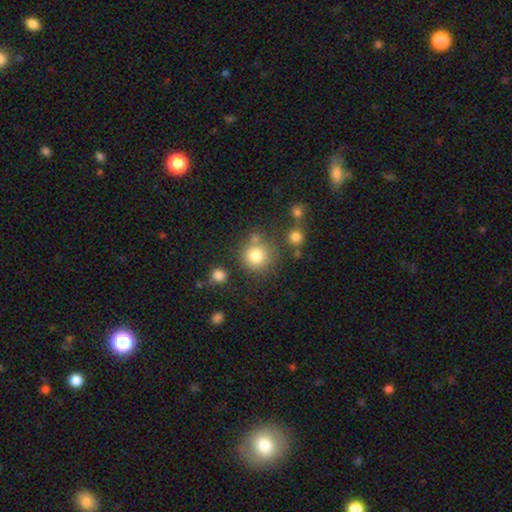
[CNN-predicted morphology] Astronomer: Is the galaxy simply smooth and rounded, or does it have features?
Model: smooth — 80%.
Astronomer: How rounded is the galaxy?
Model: round — 91%.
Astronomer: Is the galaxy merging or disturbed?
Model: none — 70%.